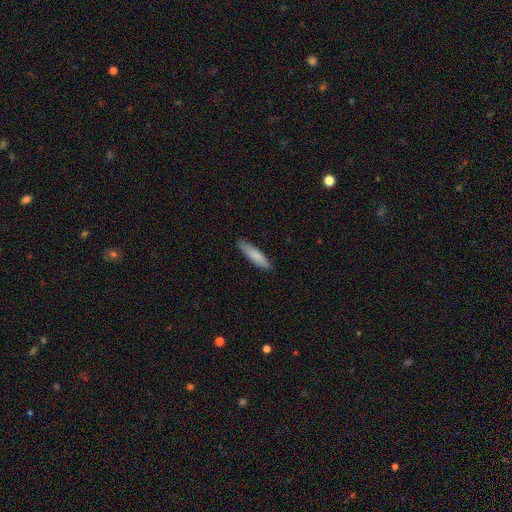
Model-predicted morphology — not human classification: smooth-or-featured: smooth: 81% | featured or disk: 14% | star or artifact: 5%
  how-rounded: cigar-shaped: 74% | in between: 24% | round: 1%
  merging: none: 87% | minor disturbance: 10% | major disturbance: 2% | merger: 1%